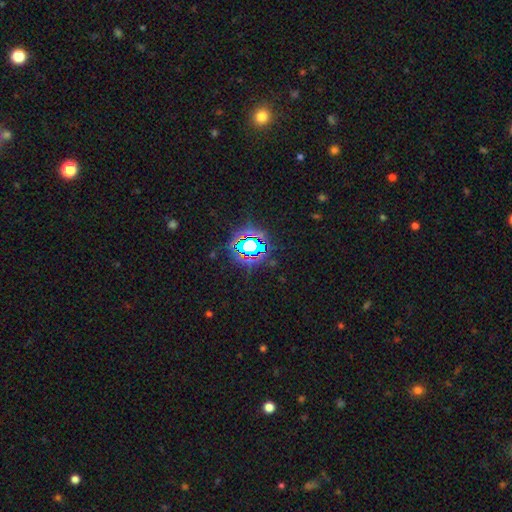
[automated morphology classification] Smooth or featured: star or artifact — 80% (smooth — 12%)